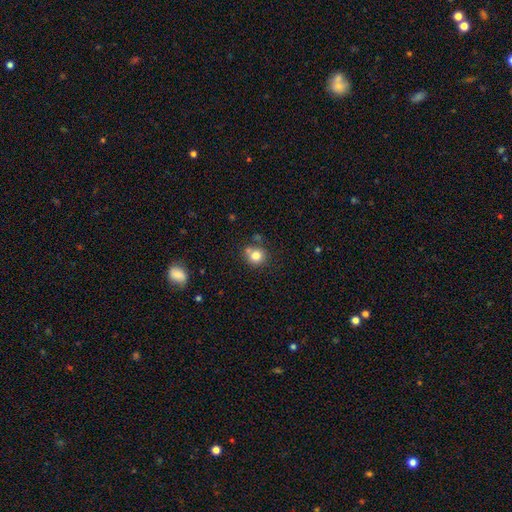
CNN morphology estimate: Smooth or featured? Predicted: smooth (p=0.79). How rounded? Predicted: round (p=0.88). Merging? Predicted: none (p=0.67).